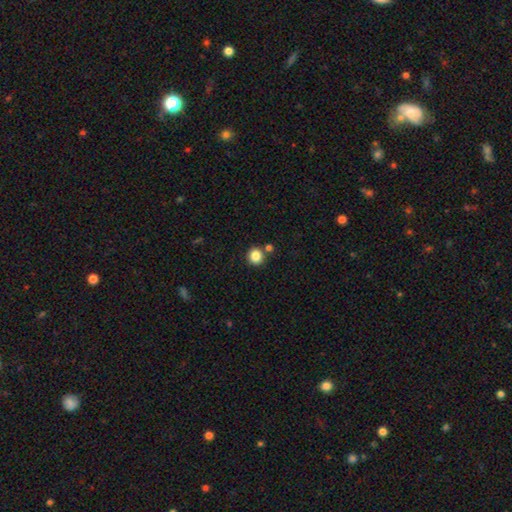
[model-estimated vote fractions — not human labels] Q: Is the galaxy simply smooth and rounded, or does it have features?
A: smooth — 86%.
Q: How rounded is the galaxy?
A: round — 91%.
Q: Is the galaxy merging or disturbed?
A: none — 81%.